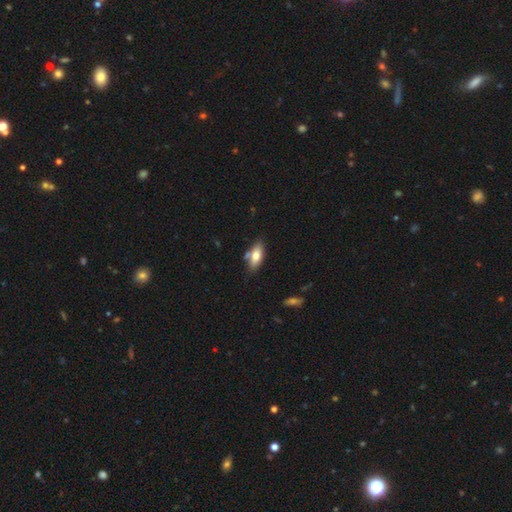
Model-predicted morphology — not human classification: type=smooth (71%); roundness=in between (81%); merging=none (69%).